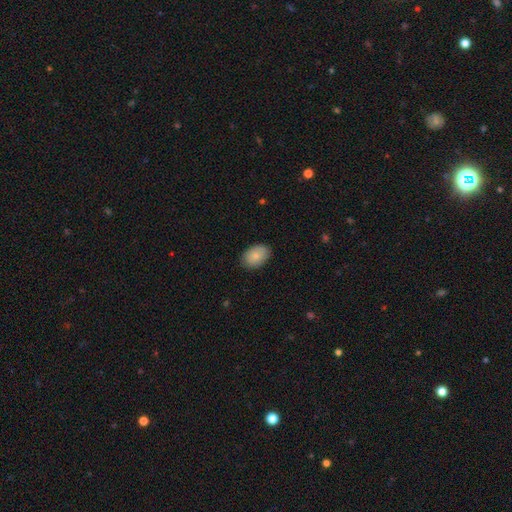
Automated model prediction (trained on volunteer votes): This appears to be a smooth galaxy with no disk features (83%) that is in between round and cigar-shaped (85%). Merging: none (84%).